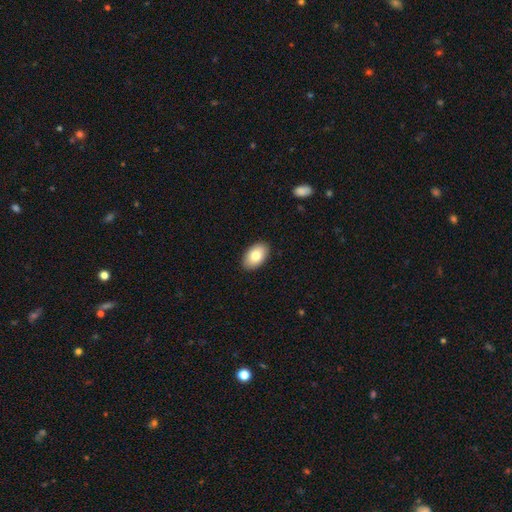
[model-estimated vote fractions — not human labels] This appears to be a smooth galaxy with no disk features (81%) that is in between round and cigar-shaped (93%). Merging: none (90%).